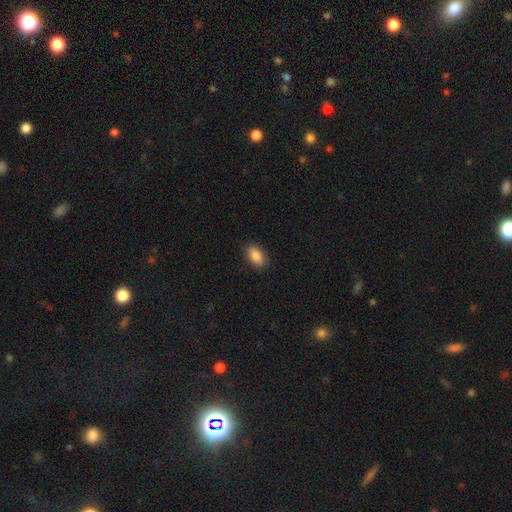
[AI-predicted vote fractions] Smooth or featured? Predicted: smooth (p=0.88). How rounded? Predicted: in between (p=0.92). Merging? Predicted: none (p=0.88).